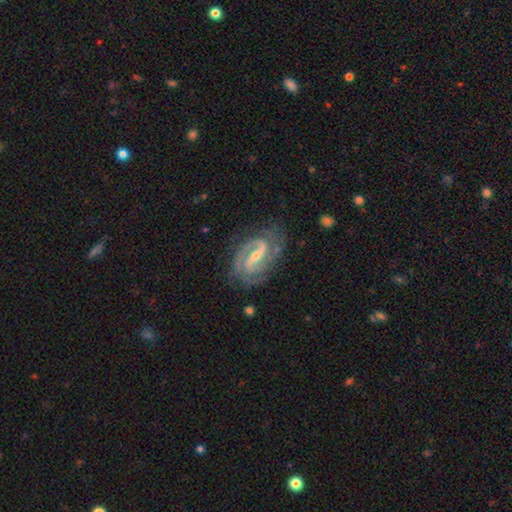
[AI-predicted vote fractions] Smooth or featured? featured or disk (91%)
Edge-on disk? no (97%)
Bar? strong (53%)
Spiral arms? yes (98%)
Spiral winding? medium (49%)
Spiral arm count? 2 (85%)
Bulge size? small (58%)
Merging? none (77%)